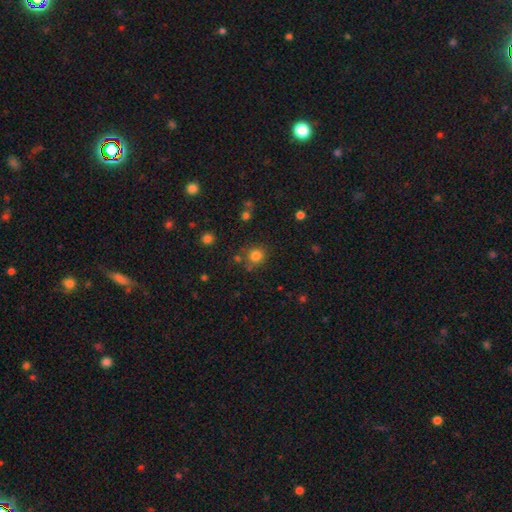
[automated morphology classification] type=smooth (81%); roundness=round (88%); merging=none (78%).